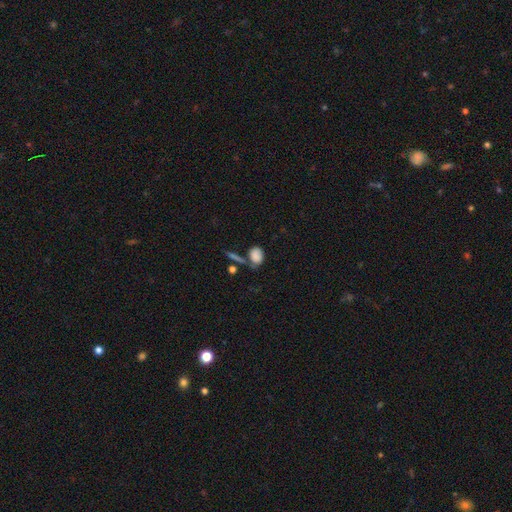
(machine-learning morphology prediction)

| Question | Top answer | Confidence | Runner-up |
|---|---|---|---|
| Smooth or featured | smooth | 82% | star or artifact (10%) |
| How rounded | in between | 73% | round (24%) |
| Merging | none | 52% | minor disturbance (22%) |